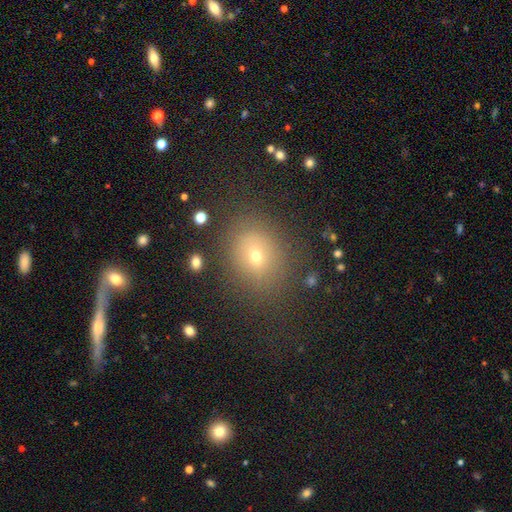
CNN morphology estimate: type=smooth (62%); roundness=round (61%); merging=none (82%).